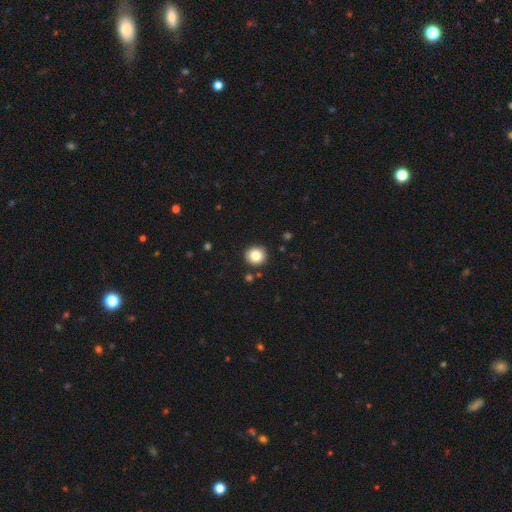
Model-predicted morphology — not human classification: Smooth or featured?
  - smooth: 82% *
  - star or artifact: 10%
  - featured or disk: 8%
How rounded?
  - round: 93% *
  - in between: 6%
  - cigar-shaped: 1%
Merging?
  - none: 90% *
  - minor disturbance: 6%
  - merger: 2%
  - major disturbance: 2%